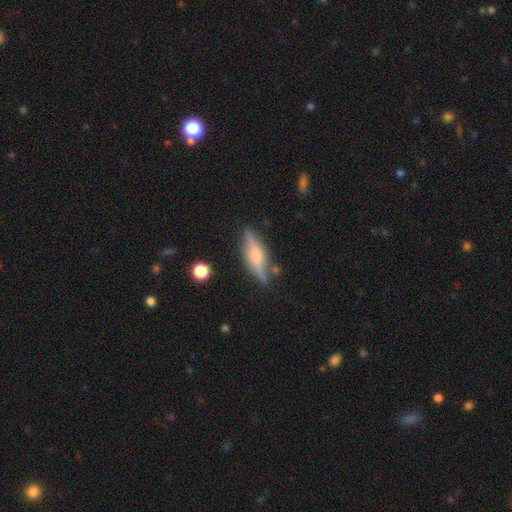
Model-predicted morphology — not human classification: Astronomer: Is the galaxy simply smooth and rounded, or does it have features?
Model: featured or disk — 54% (runner-up: smooth, 39%).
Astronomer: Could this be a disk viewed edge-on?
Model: yes — 92%.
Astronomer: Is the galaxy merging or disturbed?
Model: none — 80%.